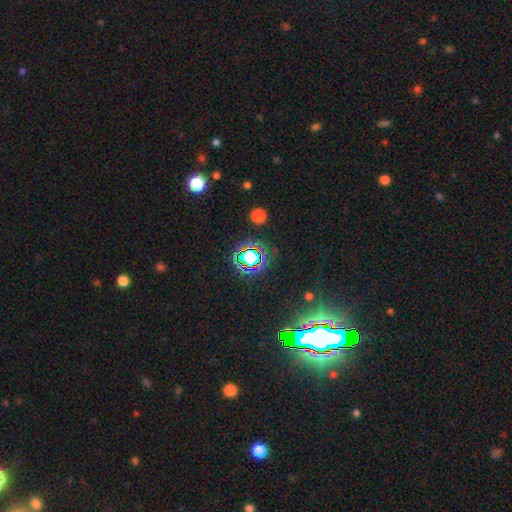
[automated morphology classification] The model was most divided on "smooth or featured": star or artifact: 81%, smooth: 11%, featured or disk: 9%.